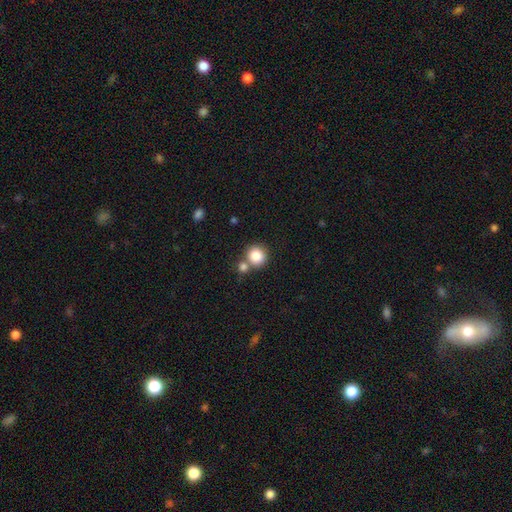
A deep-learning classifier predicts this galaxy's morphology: A smooth galaxy with no disk features (84%) that is round (89%). Merging: none (60%).